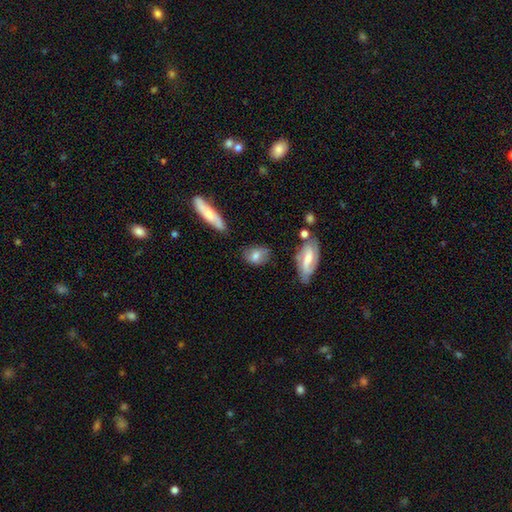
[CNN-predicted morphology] Overall: smooth (71%). How rounded: in between (72%). Merging: none (70%).